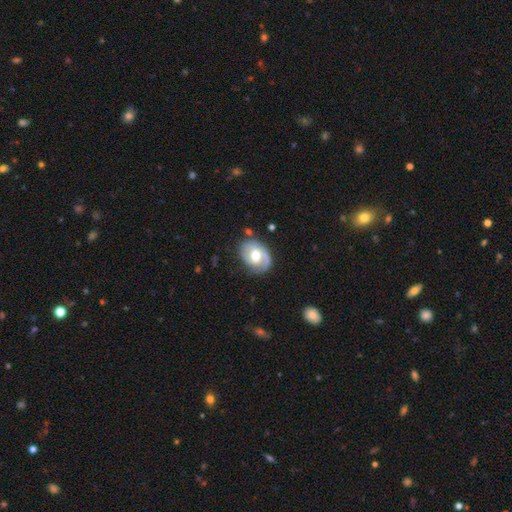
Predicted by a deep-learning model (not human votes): smooth-or-featured: featured or disk: 72% | smooth: 22% | star or artifact: 5%
  disk-edge-on: no: 97% | yes: 3%
    bar: no: 48% | weak: 41% | strong: 11%
    has-spiral-arms: yes: 86% | no: 14%
      spiral-winding: tight: 41% | medium: 40% | loose: 19%
      spiral-arm-count: 2: 57% | 1: 28% | can't tell: 10% | 3: 2% | 4: 1% | more than 4: 1%
    bulge-size: moderate: 72% | large: 15% | small: 11% | dominant: 1% | none: 1%
  merging: none: 69% | minor disturbance: 20% | major disturbance: 8% | merger: 2%